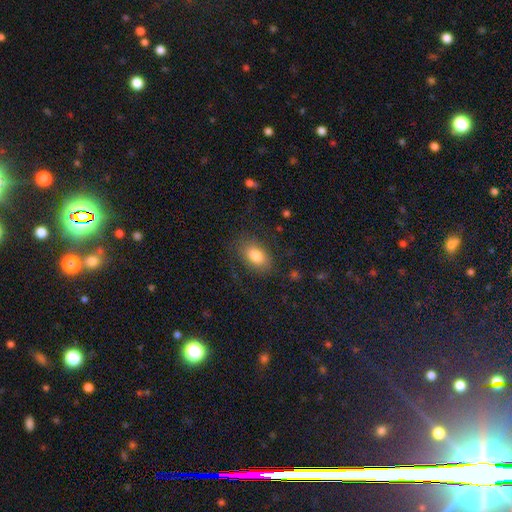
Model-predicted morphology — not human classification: Overall: smooth (79%). How rounded: in between (88%). Merging: none (76%).